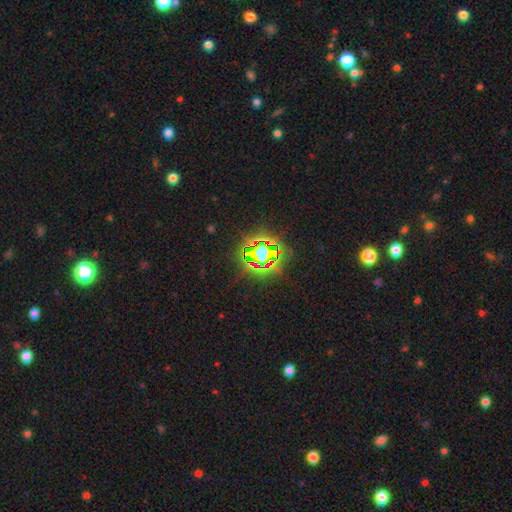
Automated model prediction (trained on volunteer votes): This is likely a star or artifact rather than a galaxy (78%).